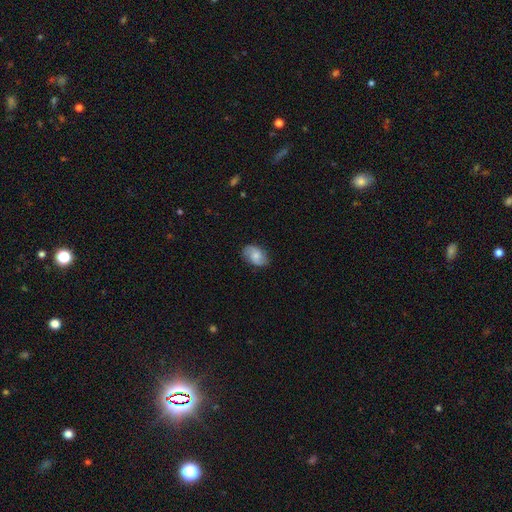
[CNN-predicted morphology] smooth 50%, featured or disk 42%, star or artifact 8%. Down the decision tree: merging — none (79%).